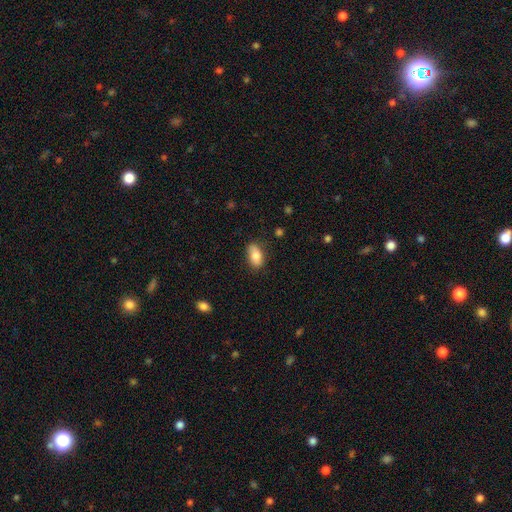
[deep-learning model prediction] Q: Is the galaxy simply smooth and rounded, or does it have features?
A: smooth — 84%.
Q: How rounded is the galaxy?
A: in between — 91%.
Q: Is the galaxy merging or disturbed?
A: none — 77%.